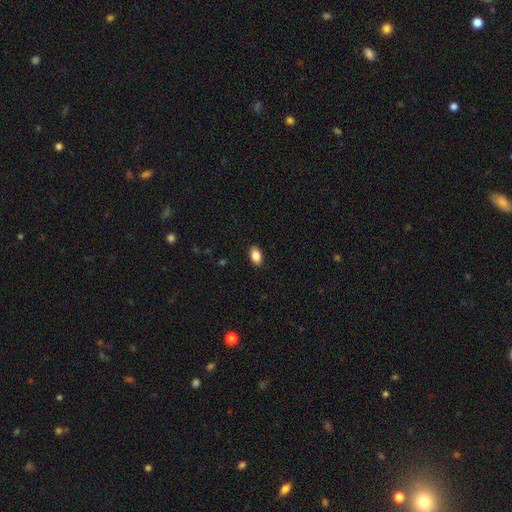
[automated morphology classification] Smooth or featured? Predicted: smooth (p=0.88). How rounded? Predicted: in between (p=0.92). Merging? Predicted: none (p=0.89).